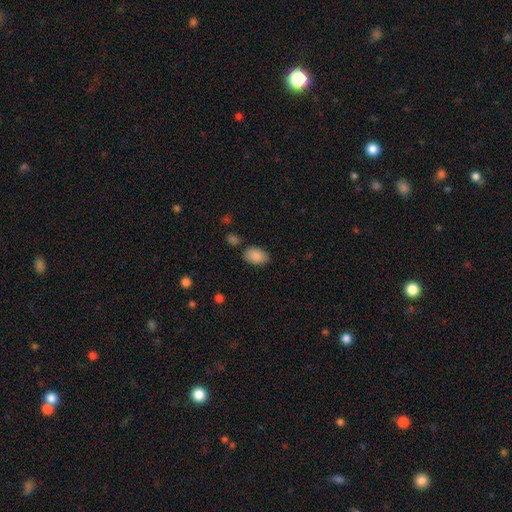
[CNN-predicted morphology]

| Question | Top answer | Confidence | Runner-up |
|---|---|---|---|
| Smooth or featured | smooth | 88% | star or artifact (7%) |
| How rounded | in between | 92% | round (7%) |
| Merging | none | 81% | minor disturbance (13%) |